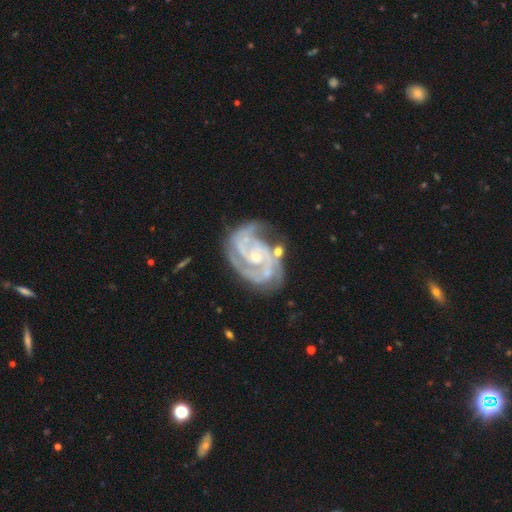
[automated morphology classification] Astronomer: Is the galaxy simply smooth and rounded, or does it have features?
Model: featured or disk — 92%.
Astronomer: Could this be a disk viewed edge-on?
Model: no — 98%.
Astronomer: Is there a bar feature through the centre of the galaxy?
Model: no — 59%.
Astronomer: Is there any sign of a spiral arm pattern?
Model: yes — 98%.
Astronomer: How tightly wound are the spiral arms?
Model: tight — 58% (runner-up: medium, 37%).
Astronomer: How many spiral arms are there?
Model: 2 — 48% (runner-up: 3, 31%).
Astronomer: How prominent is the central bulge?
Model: small — 63%.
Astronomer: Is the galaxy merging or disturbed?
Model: none — 59%.